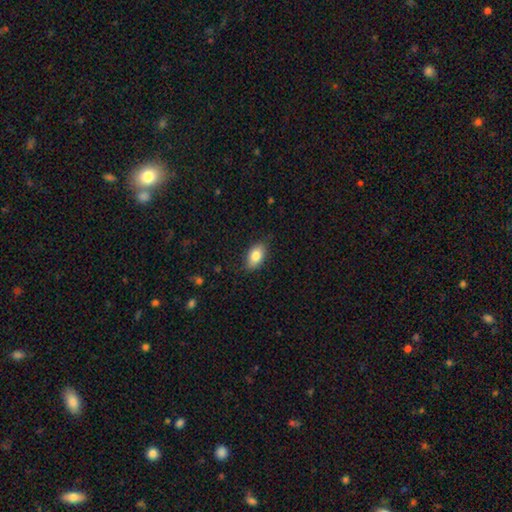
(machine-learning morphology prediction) Q: Smooth or featured?
A: smooth (83%); runner-up: featured or disk (10%)
Q: How rounded?
A: in between (91%); runner-up: round (6%)
Q: Merging?
A: none (83%); runner-up: minor disturbance (14%)